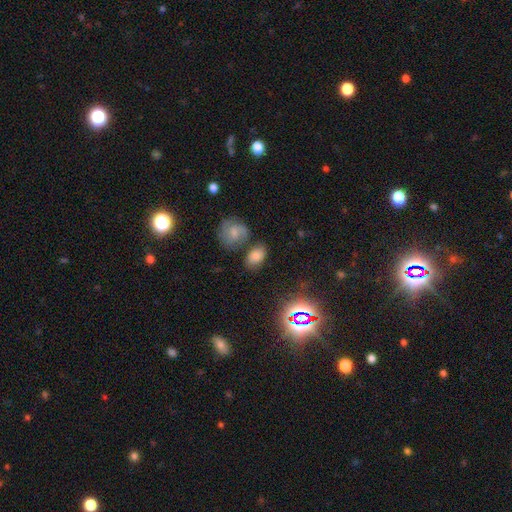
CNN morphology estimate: The model was most divided on "merging": none: 63%, minor disturbance: 16%, merger: 15%, major disturbance: 6%. More confident: how rounded — in between (82%); smooth or featured — smooth (67%).